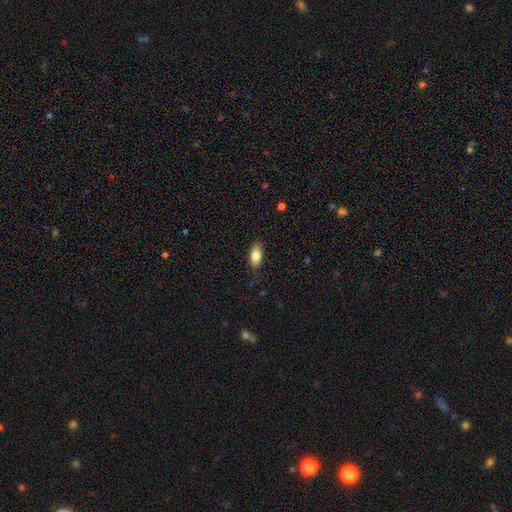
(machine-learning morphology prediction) A smooth galaxy with no disk features (76%) that is in between round and cigar-shaped (83%).

Vote fractions:
- Smooth or featured? smooth: 76% / featured or disk: 17% / star or artifact: 7%
- How rounded? in between: 83% / cigar-shaped: 14% / round: 3%
- Merging? none: 80% / minor disturbance: 16% / major disturbance: 3% / merger: 1%